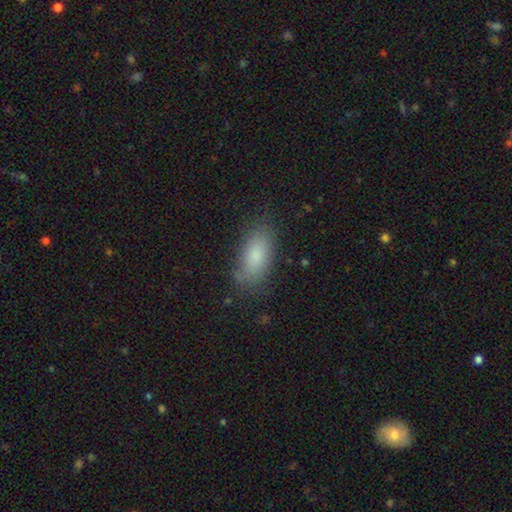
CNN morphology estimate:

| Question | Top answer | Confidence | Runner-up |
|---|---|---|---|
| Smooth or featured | smooth | 82% | featured or disk (10%) |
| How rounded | in between | 87% | cigar-shaped (10%) |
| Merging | none | 78% | minor disturbance (16%) |